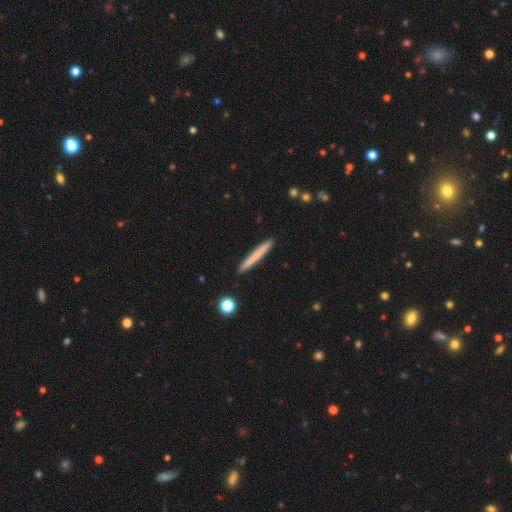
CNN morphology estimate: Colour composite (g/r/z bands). It shows a smooth galaxy with no disk features (70%) that is cigar-shaped (97%). Merging: none (92%).